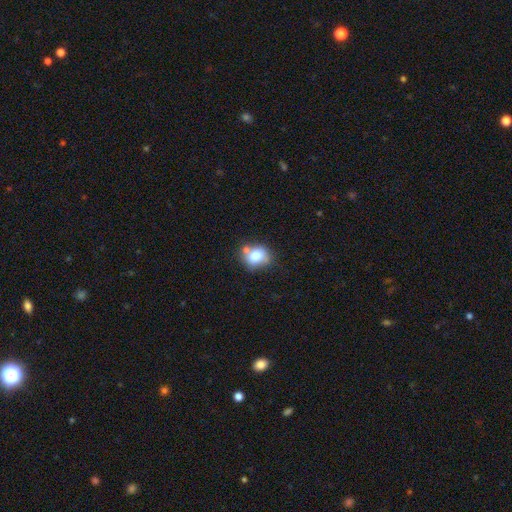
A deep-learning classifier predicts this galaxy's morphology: Smooth or featured: smooth — 77% (featured or disk — 13%)
How rounded: round — 55% (in between — 44%)
Merging: none — 49% (merger — 24%)